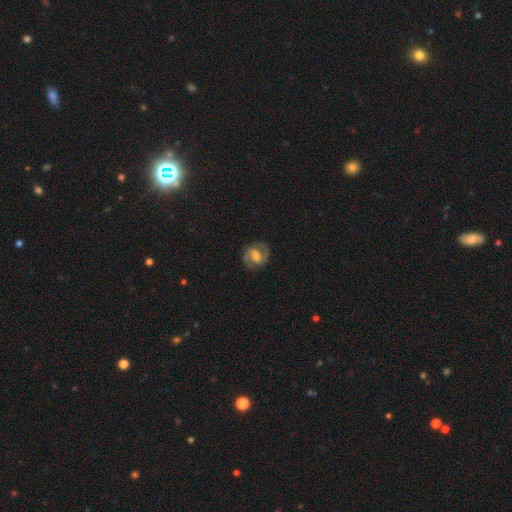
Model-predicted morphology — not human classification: This appears to be a featured or disk galaxy (78%) with a weak bar (49%), 2 (90%) medium (54%) spiral arms (94%) and a moderate central bulge (41%). Merging: none (81%).